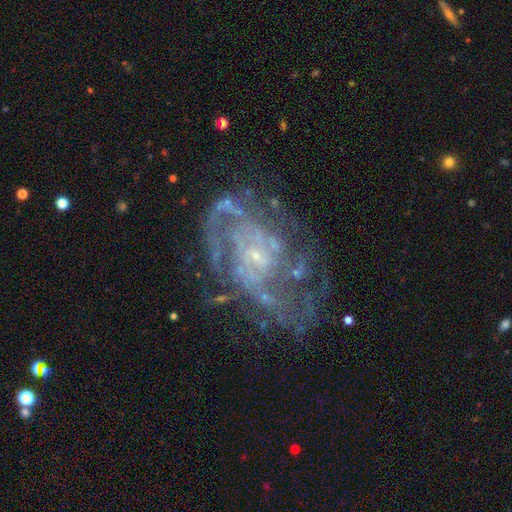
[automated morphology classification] Smooth or featured: featured or disk — 84% (star or artifact — 9%)
Edge-on disk: no — 97% (yes — 3%)
Bar: no — 60% (weak — 32%)
Spiral arms: yes — 84% (no — 16%)
Spiral winding: tight — 42% (medium — 41%)
Spiral arm count: can't tell — 36% (2 — 31%)
Bulge size: small — 71% (moderate — 15%)
Merging: none — 58% (major disturbance — 19%)